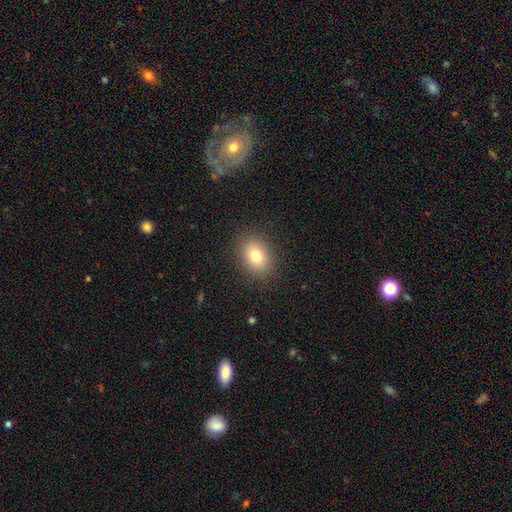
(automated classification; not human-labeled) Smooth or featured: smooth — 80% (star or artifact — 10%)
How rounded: in between — 67% (round — 32%)
Merging: none — 88% (minor disturbance — 8%)